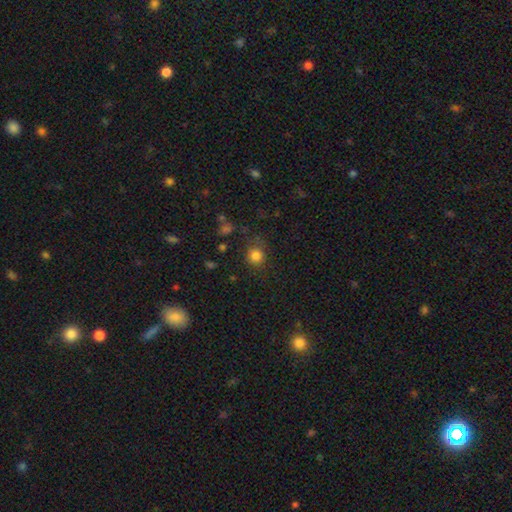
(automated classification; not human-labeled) This is clearly a smooth galaxy (82%). How rounded: clearly round (88%). Merging: likely none (79%).